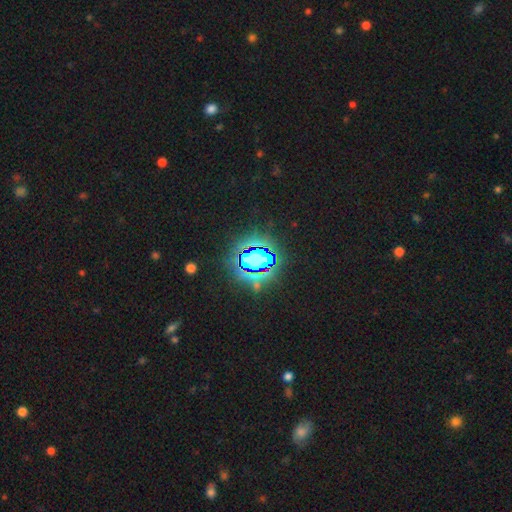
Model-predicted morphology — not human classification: smooth_or_featured: star or artifact (p=0.70) [alt: smooth p=0.19]